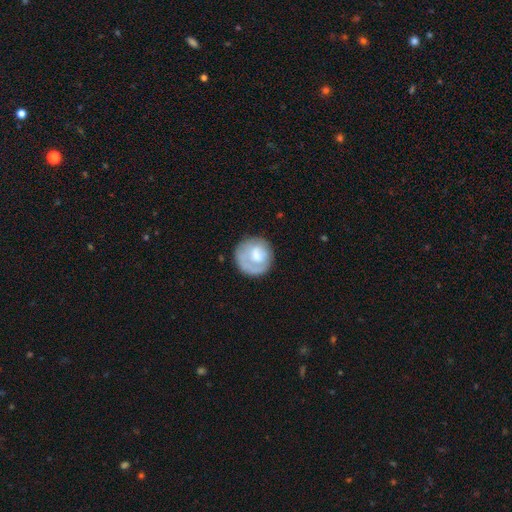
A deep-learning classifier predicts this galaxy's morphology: This appears to be a smooth galaxy with no disk features (59%) that is round (89%). Merging: none (66%).